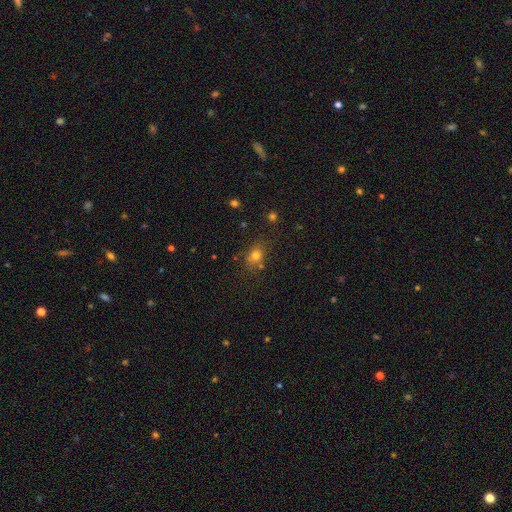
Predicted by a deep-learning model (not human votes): A smooth galaxy with no disk features (73%) that is round (50%). Merging: none (69%).